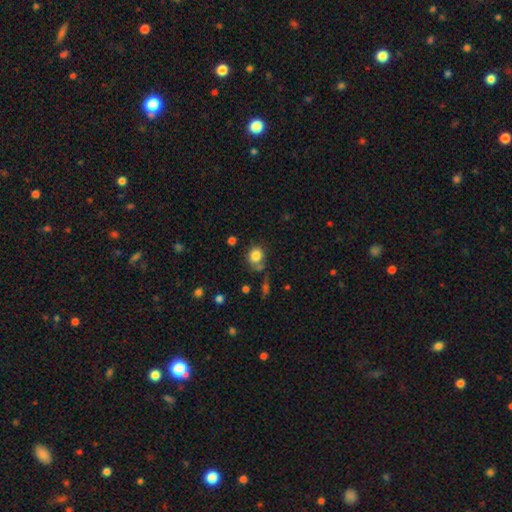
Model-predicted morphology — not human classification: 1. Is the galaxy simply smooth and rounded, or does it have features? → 83% smooth, 10% star or artifact, 6% featured or disk.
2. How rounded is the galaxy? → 79% round, 20% in between, 1% cigar-shaped.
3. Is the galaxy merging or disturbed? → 66% none, 17% minor disturbance, 12% merger, 5% major disturbance.